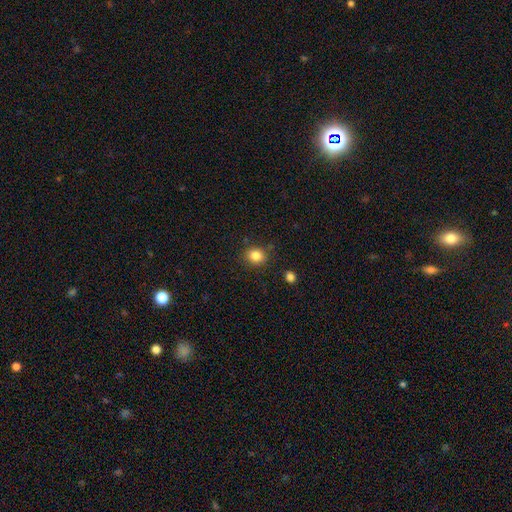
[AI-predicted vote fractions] The model was most divided on "how rounded": round: 69%, in between: 30%, cigar-shaped: 1%. More confident: smooth or featured — smooth (84%); merging — none (84%).